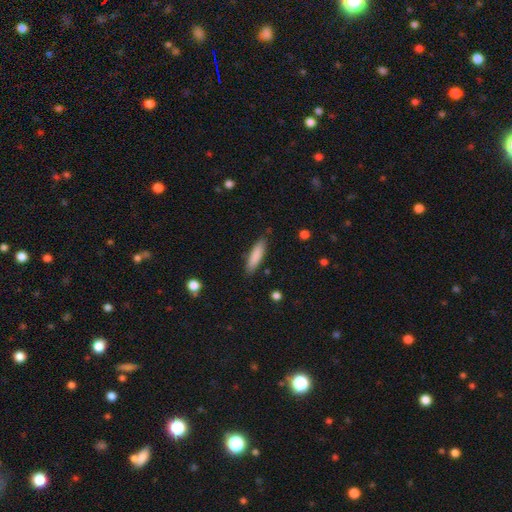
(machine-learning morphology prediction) This appears to be a smooth galaxy with no disk features (84%) that is cigar-shaped (73%). Merging: none (85%).